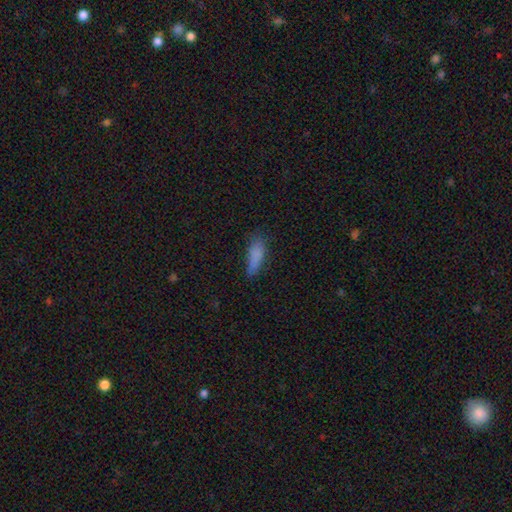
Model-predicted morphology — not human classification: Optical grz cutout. It shows a smooth galaxy with no disk features (81%) that is in between round and cigar-shaped (56%). Merging: none (59%).